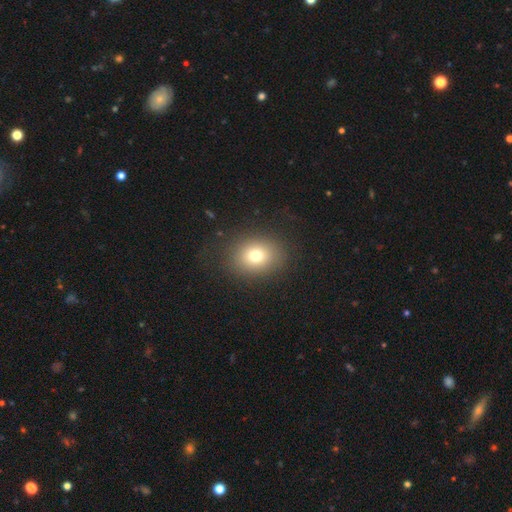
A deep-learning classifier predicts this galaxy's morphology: The model was most divided on "how rounded": round: 52%, in between: 47%, cigar-shaped: 1%. More confident: merging — none (84%); smooth or featured — smooth (75%).